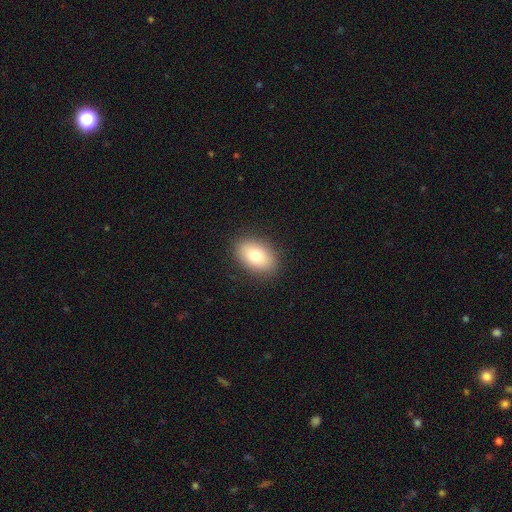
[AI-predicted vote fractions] Smooth or featured? Predicted: smooth (p=0.79). How rounded? Predicted: in between (p=0.87). Merging? Predicted: none (p=0.88).